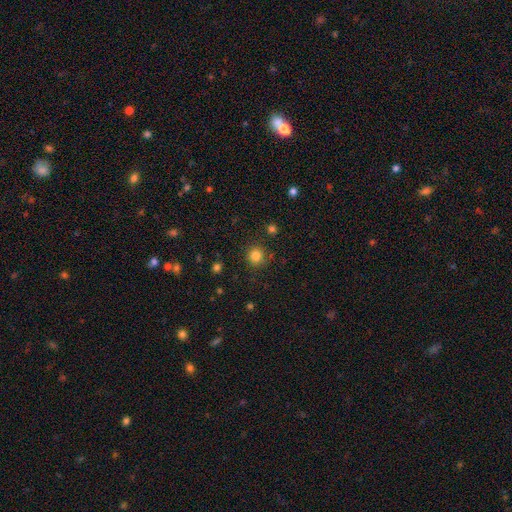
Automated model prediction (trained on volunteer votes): Smooth or featured: smooth — 82% (star or artifact — 13%)
How rounded: round — 93% (in between — 7%)
Merging: none — 87% (minor disturbance — 8%)